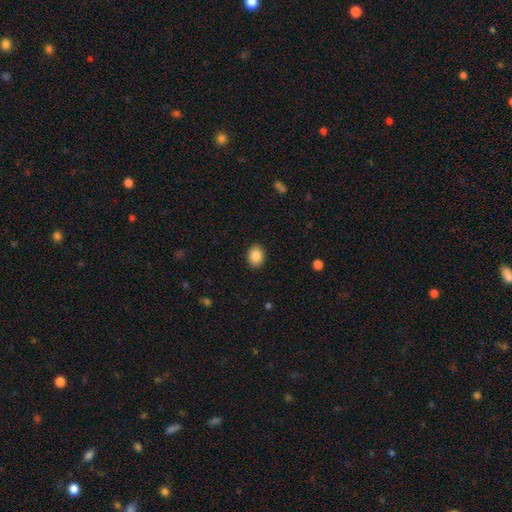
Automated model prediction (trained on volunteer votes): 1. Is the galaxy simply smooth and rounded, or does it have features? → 88% smooth, 8% star or artifact, 4% featured or disk.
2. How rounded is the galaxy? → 58% in between, 41% round, 1% cigar-shaped.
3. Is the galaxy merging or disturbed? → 90% none, 7% minor disturbance, 2% major disturbance, 1% merger.